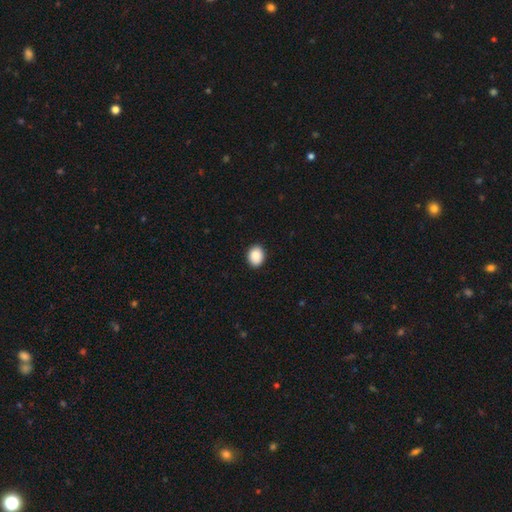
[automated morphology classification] The model was most divided on "how rounded": in between: 57%, round: 42%, cigar-shaped: 1%. More confident: merging — none (90%); smooth or featured — smooth (89%).